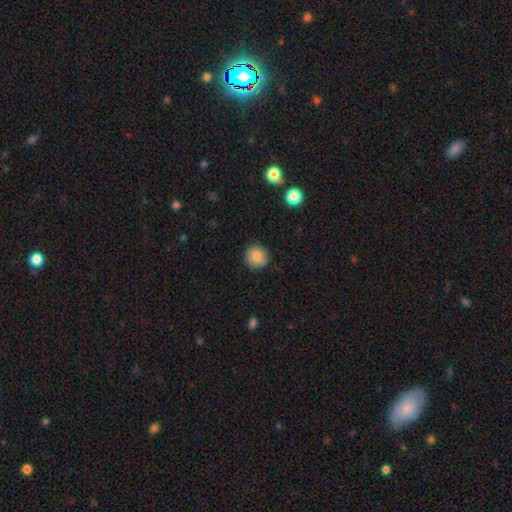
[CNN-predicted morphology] Smooth or featured: smooth — 86% (star or artifact — 9%)
How rounded: round — 93% (in between — 6%)
Merging: none — 89% (minor disturbance — 8%)